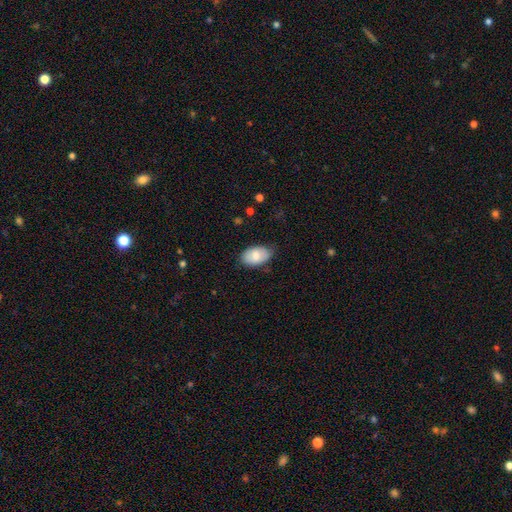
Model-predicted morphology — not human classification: type=smooth (81%); roundness=in between (92%); merging=none (75%).